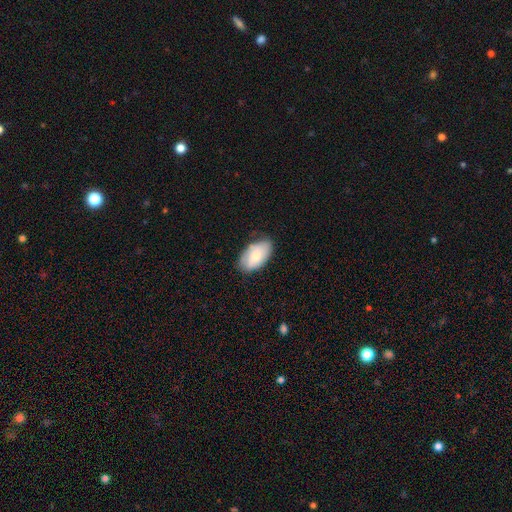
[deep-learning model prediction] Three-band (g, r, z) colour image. It shows a smooth galaxy with no disk features (71%) that is in between round and cigar-shaped (94%). Merging: none (73%).